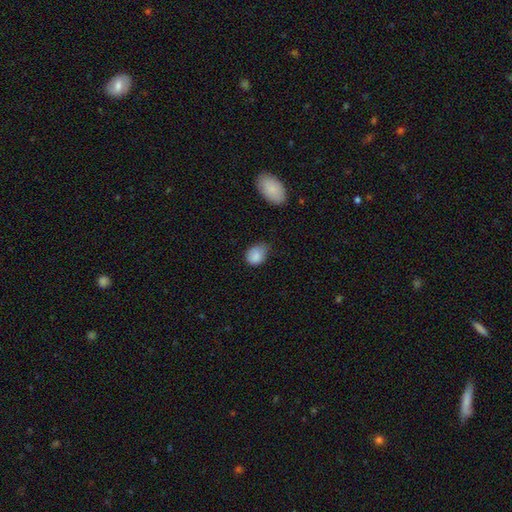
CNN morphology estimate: A smooth galaxy with no disk features (84%) that is in between round and cigar-shaped (60%). Merging: none (48%).